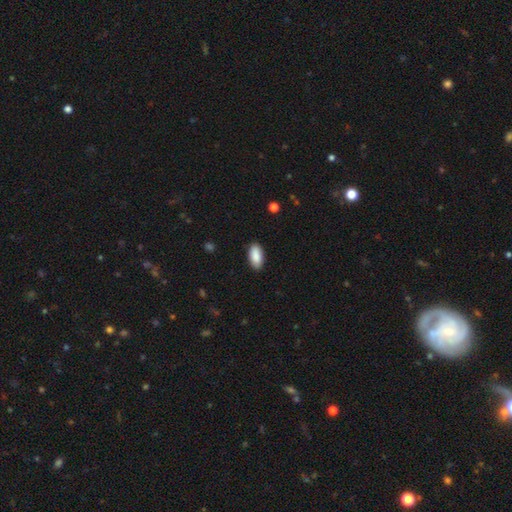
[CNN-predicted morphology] smooth_or_featured: smooth (p=0.89) [alt: star or artifact p=0.06]
how_rounded: in between (p=0.92) [alt: cigar-shaped p=0.06]
merging: none (p=0.88) [alt: minor disturbance p=0.09]